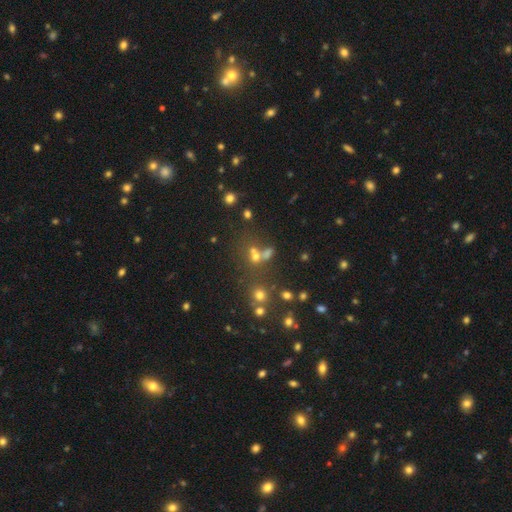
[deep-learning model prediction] Q: Smooth or featured?
A: smooth (52%); runner-up: star or artifact (33%)
Q: How rounded?
A: round (69%); runner-up: in between (29%)
Q: Merging?
A: none (48%); runner-up: merger (36%)